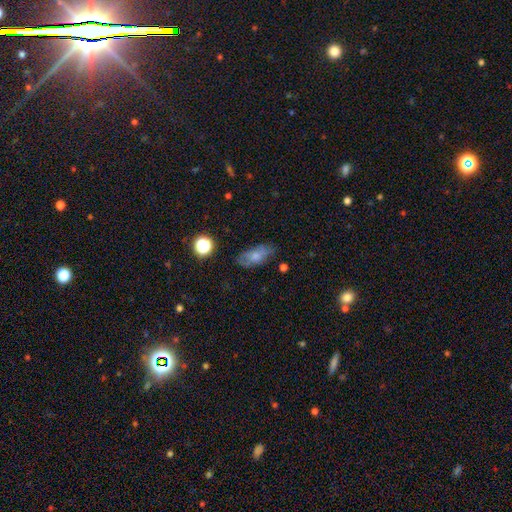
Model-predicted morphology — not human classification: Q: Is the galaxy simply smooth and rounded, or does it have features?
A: smooth — 63%.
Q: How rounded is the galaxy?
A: in between — 86%.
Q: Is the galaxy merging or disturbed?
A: none — 68%.